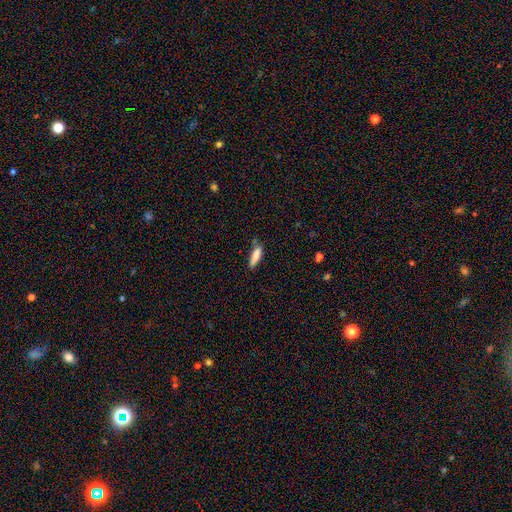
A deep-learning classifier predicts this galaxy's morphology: A smooth galaxy with no disk features (82%) that is cigar-shaped (63%).

Vote fractions:
- Smooth or featured? smooth: 82% / featured or disk: 11% / star or artifact: 7%
- How rounded? cigar-shaped: 63% / in between: 35% / round: 2%
- Merging? none: 69% / minor disturbance: 22% / merger: 4% / major disturbance: 4%